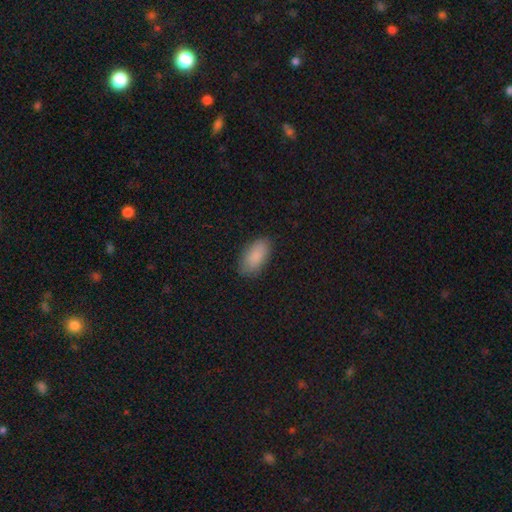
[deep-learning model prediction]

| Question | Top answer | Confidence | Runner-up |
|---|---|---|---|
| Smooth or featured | smooth | 88% | star or artifact (6%) |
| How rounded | in between | 93% | cigar-shaped (5%) |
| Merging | none | 85% | minor disturbance (11%) |